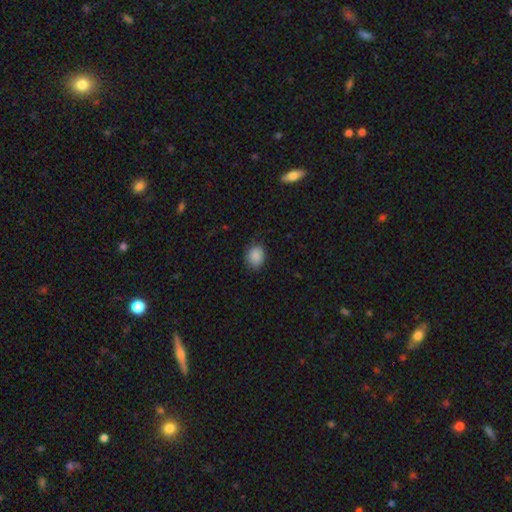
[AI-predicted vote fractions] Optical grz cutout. It shows a smooth galaxy with no disk features (87%) that is round (52%). Merging: none (82%).